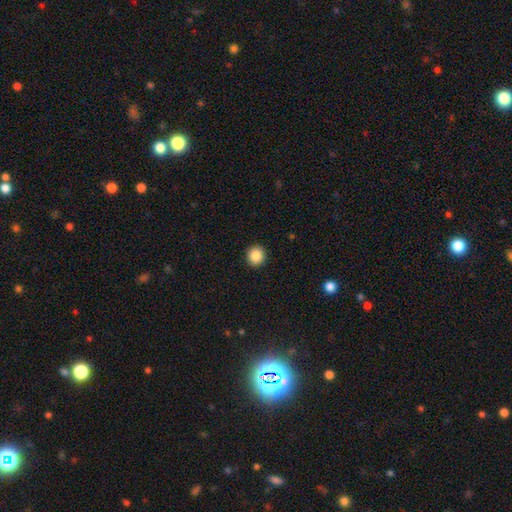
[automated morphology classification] type=smooth (86%); roundness=round (92%); merging=none (93%).